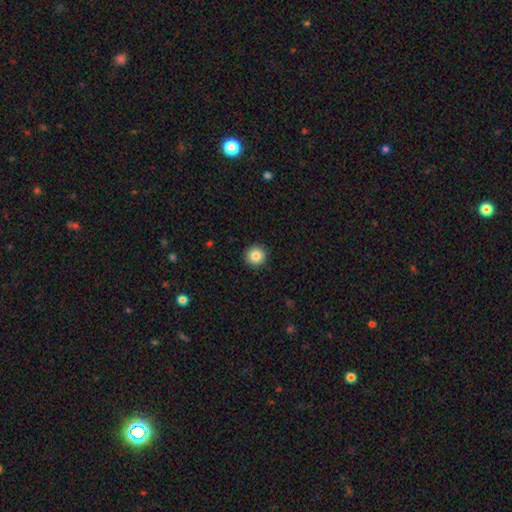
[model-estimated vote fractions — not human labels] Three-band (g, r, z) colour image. It shows a smooth galaxy with no disk features (86%) that is round (94%). Merging: none (93%).